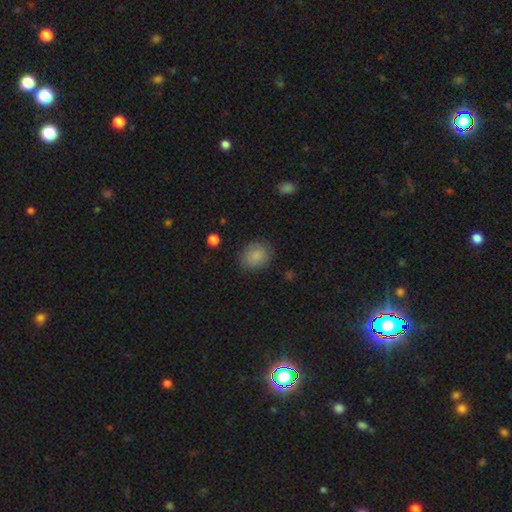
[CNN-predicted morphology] Q: Smooth or featured?
A: smooth (85%); runner-up: star or artifact (9%)
Q: How rounded?
A: round (62%); runner-up: in between (37%)
Q: Merging?
A: none (84%); runner-up: minor disturbance (12%)